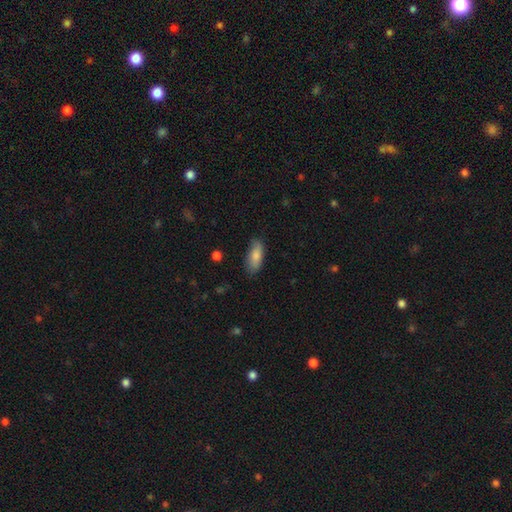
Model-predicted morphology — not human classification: This appears to be a smooth galaxy with no disk features (80%) that is in between round and cigar-shaped (80%). Merging: none (74%).